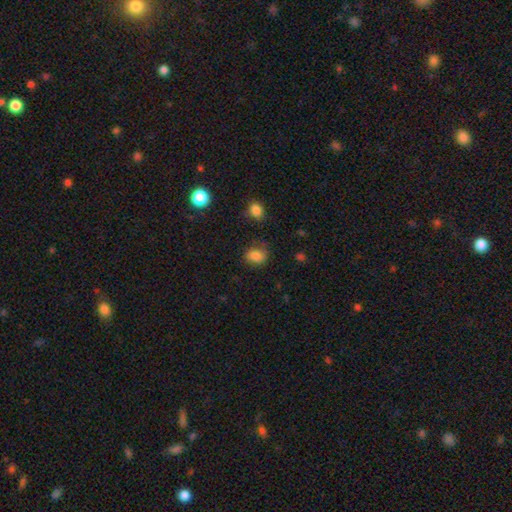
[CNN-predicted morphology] Q: Smooth or featured?
A: smooth (83%); runner-up: star or artifact (11%)
Q: How rounded?
A: in between (52%); runner-up: round (47%)
Q: Merging?
A: none (73%); runner-up: minor disturbance (19%)